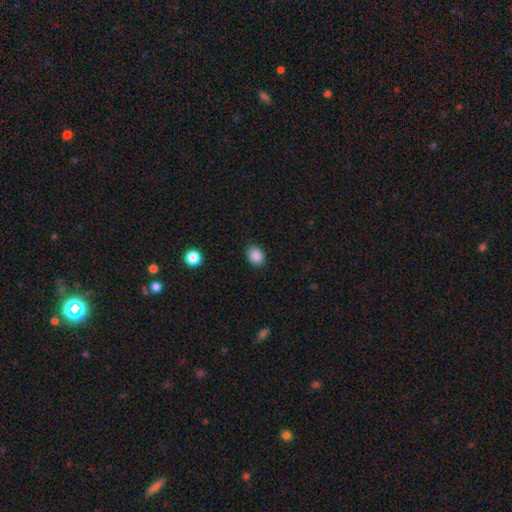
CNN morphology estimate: Smooth or featured? Predicted: smooth (p=0.88). How rounded? Predicted: in between (p=0.60). Merging? Predicted: none (p=0.87).